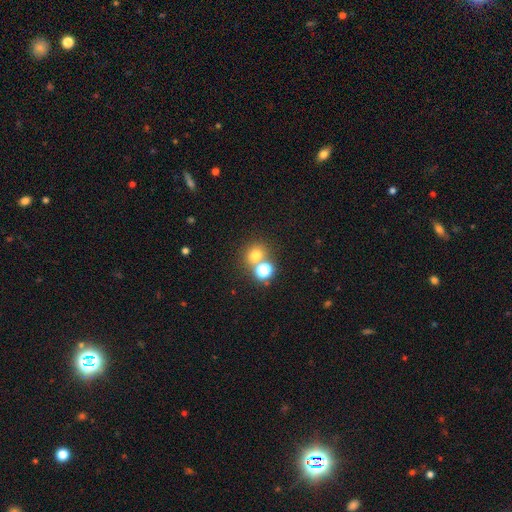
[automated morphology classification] Smooth or featured? Predicted: smooth (p=0.68). How rounded? Predicted: round (p=0.81). Merging? Predicted: none (p=0.60).